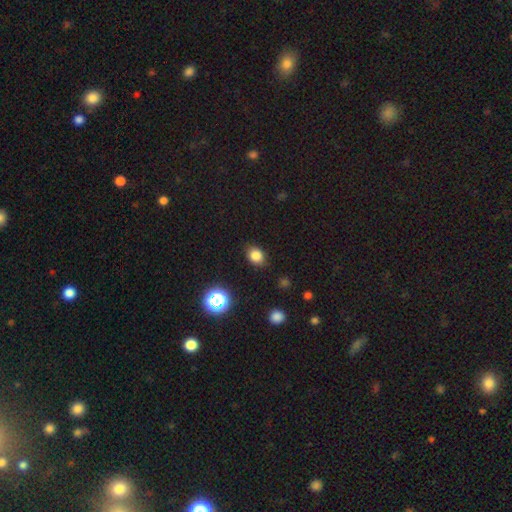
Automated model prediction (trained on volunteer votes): Smooth or featured? smooth (81%)
How rounded? in between (52%)
Merging? none (85%)